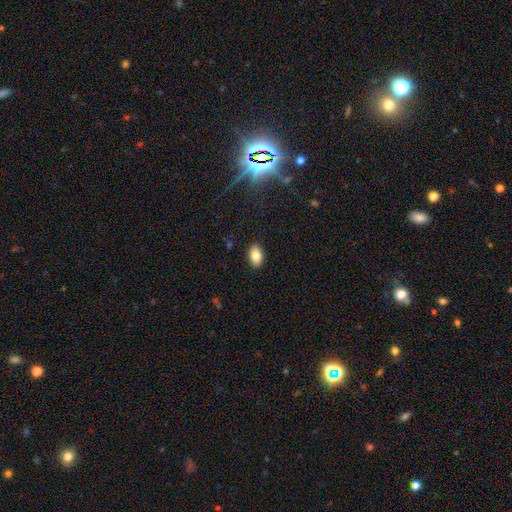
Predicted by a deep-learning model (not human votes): Smooth or featured: smooth — 82% (featured or disk — 10%)
How rounded: in between — 91% (round — 7%)
Merging: none — 89% (minor disturbance — 8%)